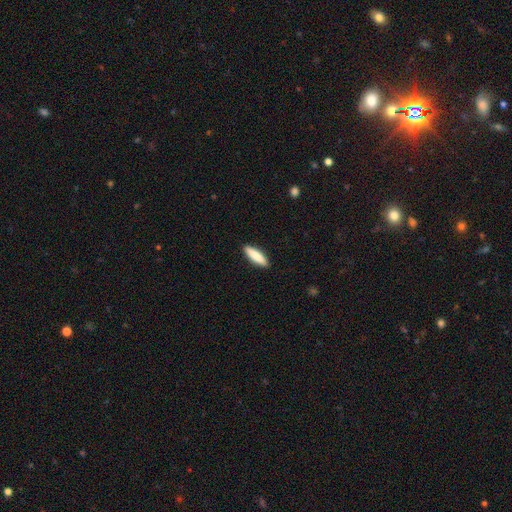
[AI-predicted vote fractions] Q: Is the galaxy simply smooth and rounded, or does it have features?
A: smooth — 85%.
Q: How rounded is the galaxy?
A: cigar-shaped — 64%.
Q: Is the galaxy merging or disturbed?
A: none — 90%.